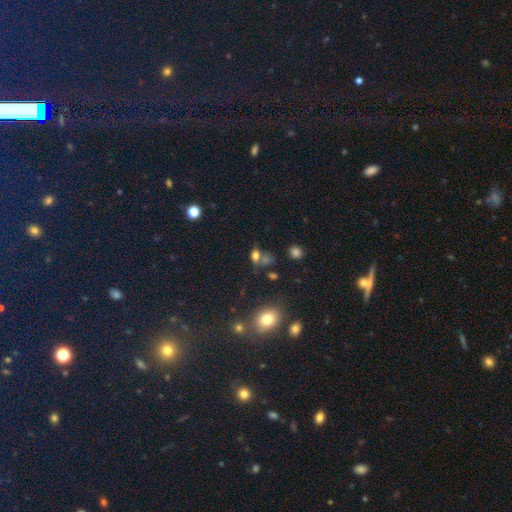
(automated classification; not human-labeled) Q: Smooth or featured?
A: smooth (68%); runner-up: star or artifact (20%)
Q: How rounded?
A: in between (63%); runner-up: round (33%)
Q: Merging?
A: none (45%); runner-up: merger (30%)